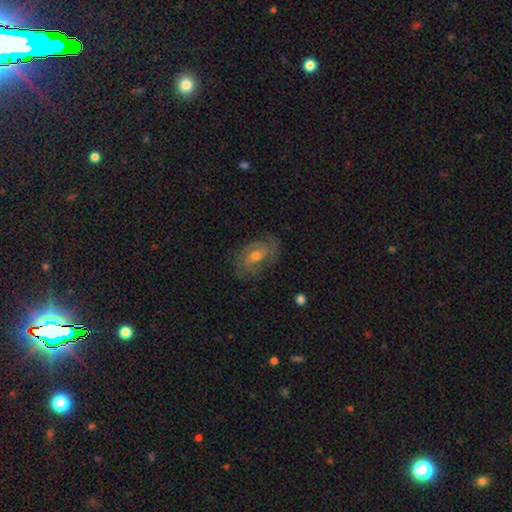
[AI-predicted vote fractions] Overall: featured or disk (68%). Edge-on disk: no (95%). Bar: no (49%; weak 41%). Spiral arms: yes (86%). Spiral arm count: 2 (57%; can't tell 26%). Spiral winding: tight (42%, tied with medium). Bulge size: moderate (58%; small 36%). Merging: none (75%).